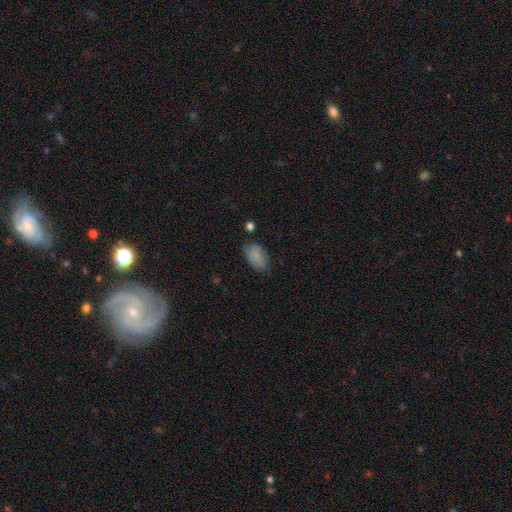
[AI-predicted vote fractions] A smooth galaxy with no disk features (85%) that is in between round and cigar-shaped (91%).

Vote fractions:
- Smooth or featured? smooth: 85% / star or artifact: 8% / featured or disk: 7%
- How rounded? in between: 91% / round: 7% / cigar-shaped: 2%
- Merging? none: 70% / minor disturbance: 22% / major disturbance: 5% / merger: 2%